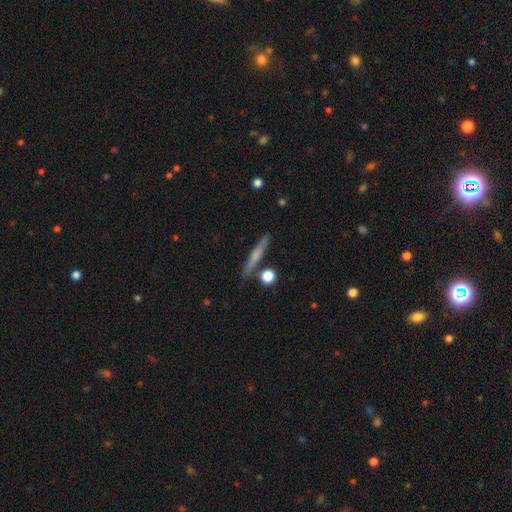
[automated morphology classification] type=smooth (51%); roundness=cigar-shaped (90%); merging=none (83%).